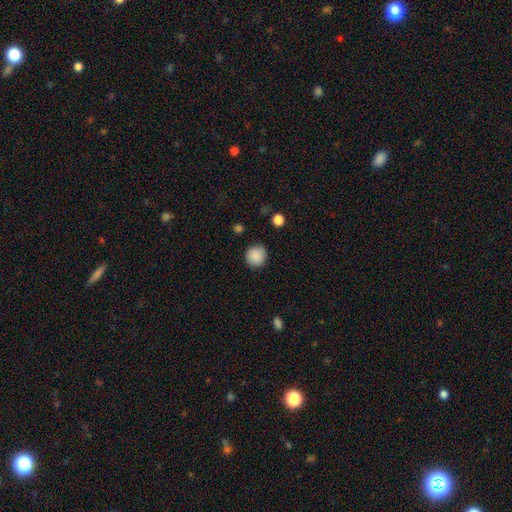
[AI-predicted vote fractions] A smooth galaxy with no disk features (88%) that is round (92%). Merging: none (87%).